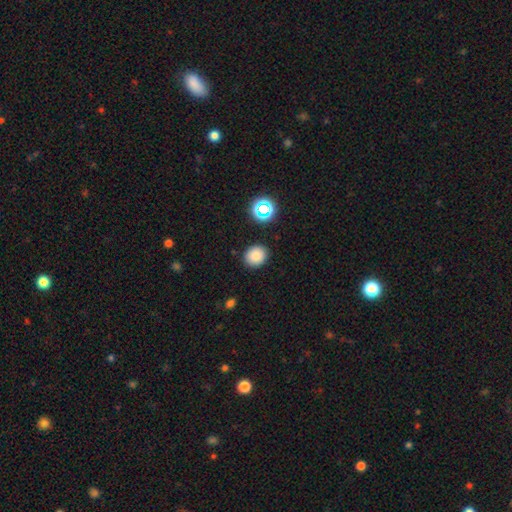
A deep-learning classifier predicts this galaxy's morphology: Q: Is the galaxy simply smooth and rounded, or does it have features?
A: smooth — 81%.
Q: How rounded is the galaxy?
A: round — 69%.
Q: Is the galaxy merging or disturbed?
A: none — 88%.